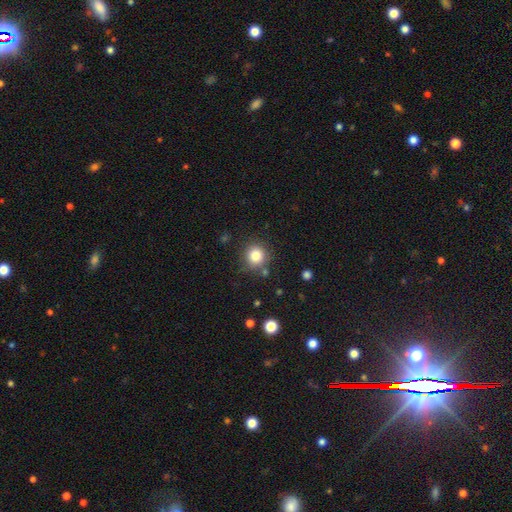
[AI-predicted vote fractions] Smooth or featured? Predicted: smooth (p=0.82). How rounded? Predicted: round (p=0.91). Merging? Predicted: none (p=0.82).